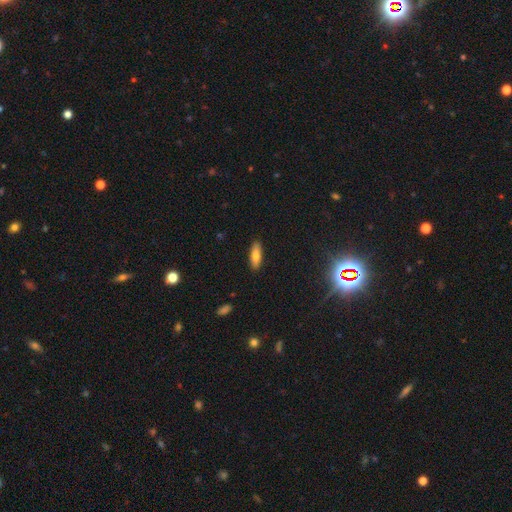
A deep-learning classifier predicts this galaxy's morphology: Q: Smooth or featured?
A: smooth (78%); runner-up: featured or disk (15%)
Q: How rounded?
A: in between (51%); runner-up: cigar-shaped (47%)
Q: Merging?
A: none (89%); runner-up: minor disturbance (8%)